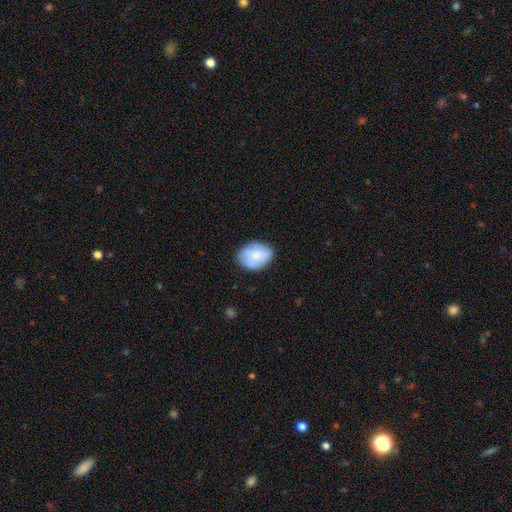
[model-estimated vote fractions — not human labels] Smooth or featured?
  - smooth: 79% *
  - featured or disk: 14%
  - star or artifact: 6%
How rounded?
  - in between: 70% *
  - round: 29%
  - cigar-shaped: 1%
Merging?
  - none: 80% *
  - minor disturbance: 15%
  - major disturbance: 3%
  - merger: 1%